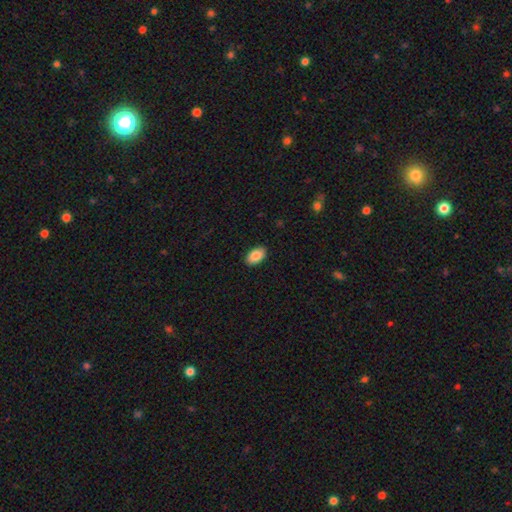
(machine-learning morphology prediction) smooth 88%, star or artifact 7%, featured or disk 5%. Down the decision tree: how rounded — in between (93%); merging — none (90%).